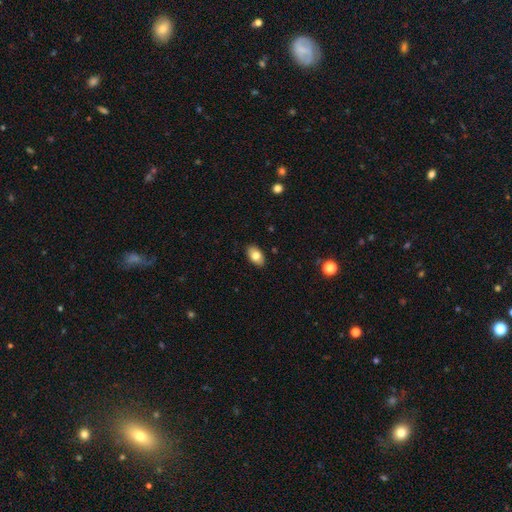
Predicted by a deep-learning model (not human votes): Q: Smooth or featured?
A: smooth (79%); runner-up: featured or disk (14%)
Q: How rounded?
A: in between (93%); runner-up: round (6%)
Q: Merging?
A: none (88%); runner-up: minor disturbance (9%)